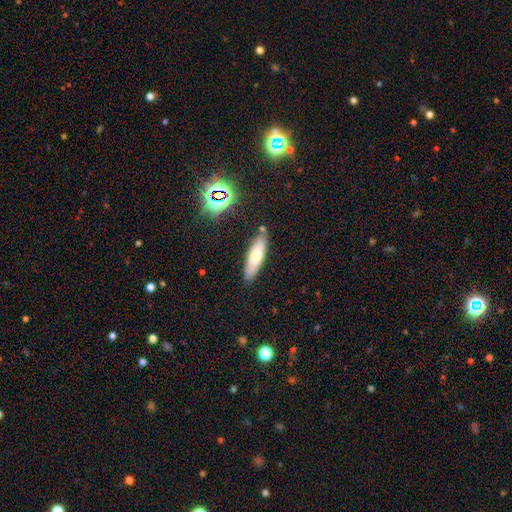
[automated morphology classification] Q: Smooth or featured?
A: smooth (61%); runner-up: featured or disk (31%)
Q: How rounded?
A: cigar-shaped (62%); runner-up: in between (36%)
Q: Merging?
A: none (84%); runner-up: minor disturbance (10%)